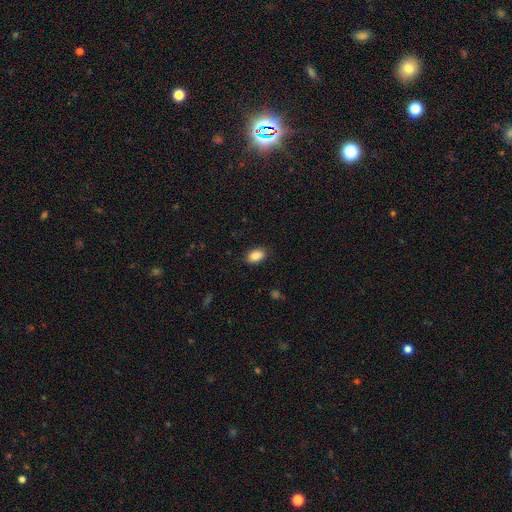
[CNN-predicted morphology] smooth_or_featured: smooth (p=0.88) [alt: star or artifact p=0.08]
how_rounded: in between (p=0.89) [alt: round p=0.09]
merging: none (p=0.86) [alt: minor disturbance p=0.10]